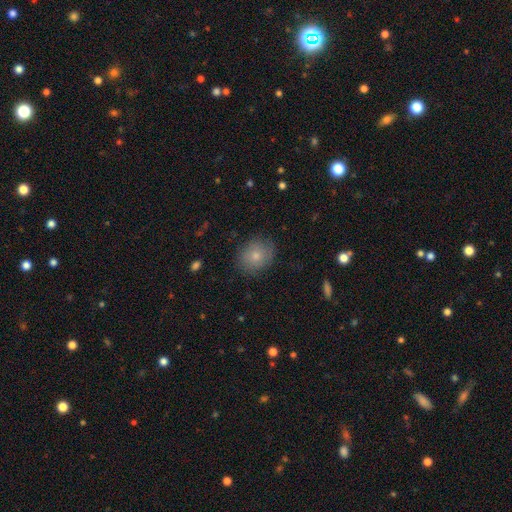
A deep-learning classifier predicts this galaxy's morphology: Smooth or featured? Predicted: smooth (p=0.74). How rounded? Predicted: round (p=0.64). Merging? Predicted: none (p=0.79).